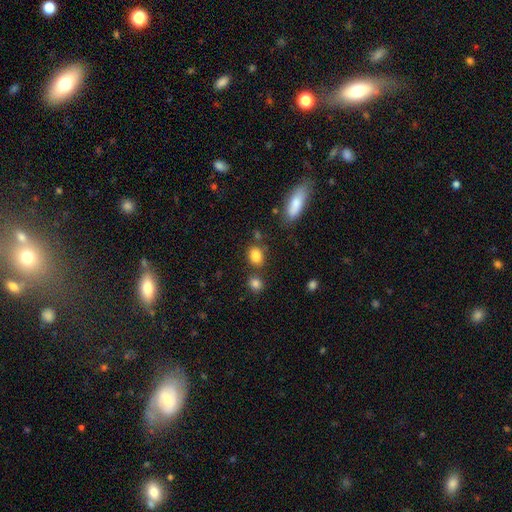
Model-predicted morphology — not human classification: The model was most divided on "how rounded": in between: 61%, round: 37%, cigar-shaped: 2%. More confident: smooth or featured — smooth (85%); merging — none (70%).